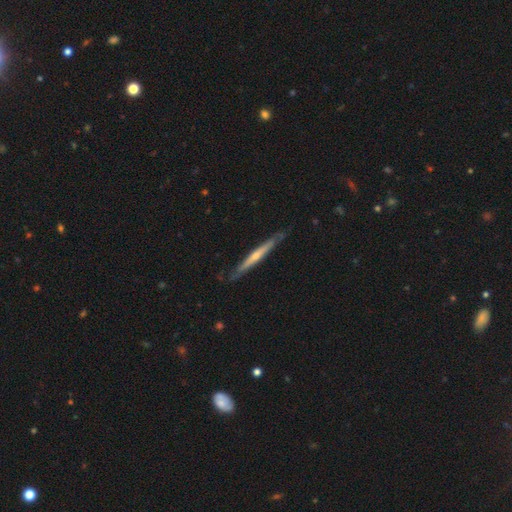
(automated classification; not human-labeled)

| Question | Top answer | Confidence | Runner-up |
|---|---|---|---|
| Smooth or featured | featured or disk | 68% | smooth (27%) |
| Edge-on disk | yes | 96% | no (4%) |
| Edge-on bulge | rounded | 62% | none (34%) |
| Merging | none | 83% | minor disturbance (13%) |